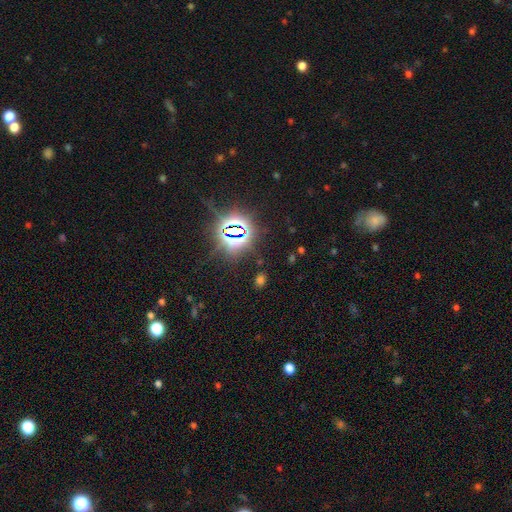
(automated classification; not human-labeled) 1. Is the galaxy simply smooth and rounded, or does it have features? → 80% star or artifact, 13% smooth, 7% featured or disk.